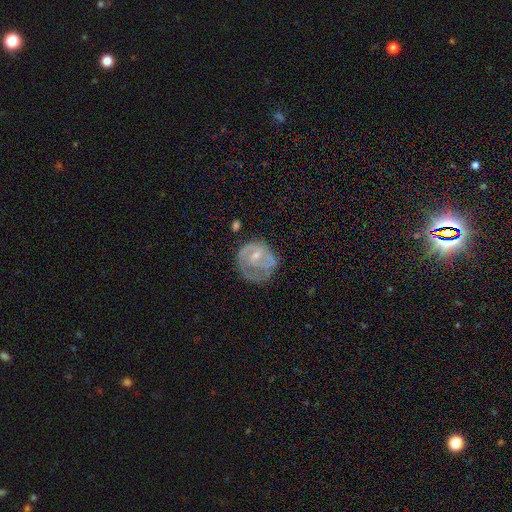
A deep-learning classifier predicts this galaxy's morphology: Overall: featured or disk (65%; smooth 26%). Edge-on disk: no (98%). Bar: no (69%). Spiral arms: yes (64%; no 36%). Bulge size: small (63%; moderate 32%). Merging: none (51%; minor disturbance 26%).